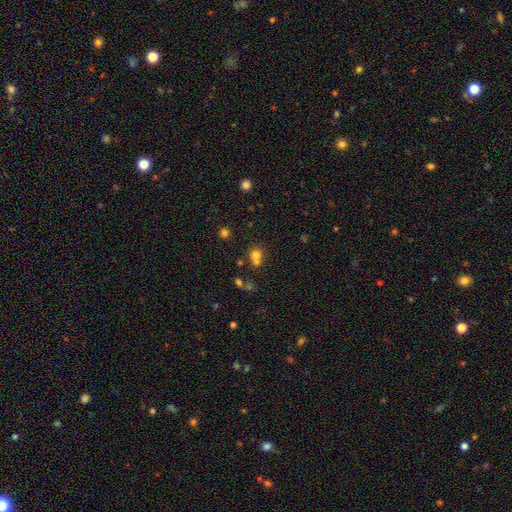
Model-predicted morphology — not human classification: Smooth or featured: smooth — 69% (star or artifact — 18%)
How rounded: round — 79% (in between — 20%)
Merging: merger — 50% (none — 40%)